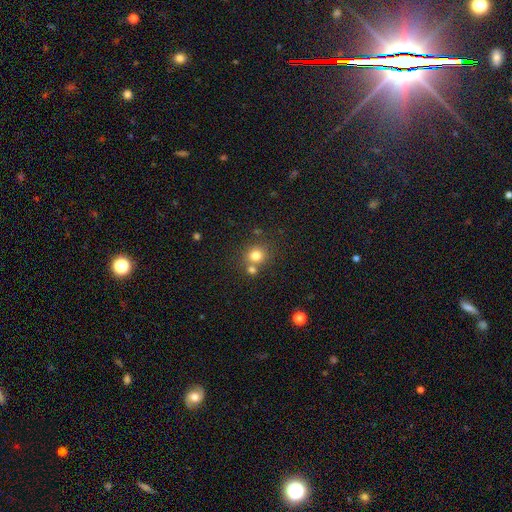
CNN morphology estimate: This appears to be a smooth galaxy with no disk features (78%) that is round (83%). Merging: none (63%).